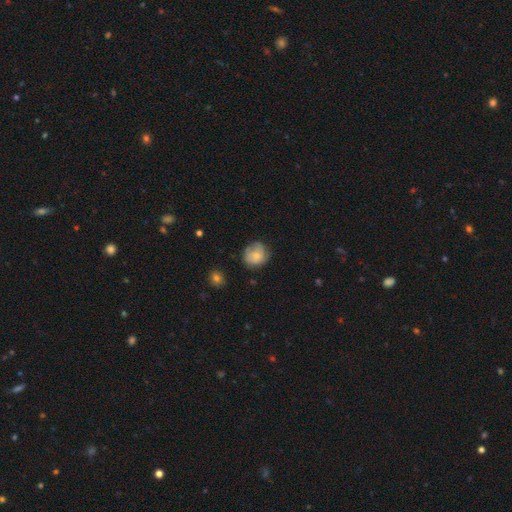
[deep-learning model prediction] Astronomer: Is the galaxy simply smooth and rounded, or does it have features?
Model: smooth — 69%.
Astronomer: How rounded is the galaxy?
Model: round — 80%.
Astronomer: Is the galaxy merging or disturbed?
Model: none — 64%.